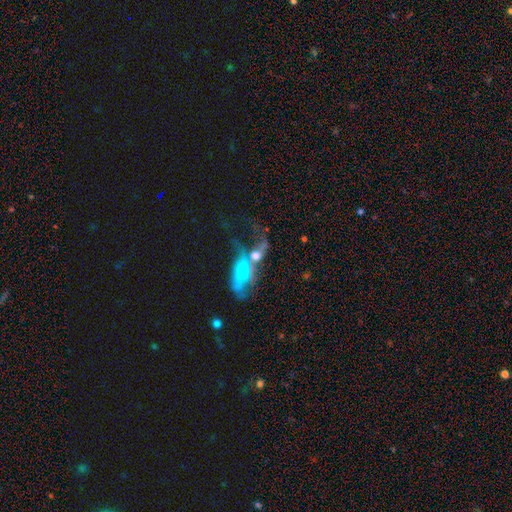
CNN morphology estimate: Smooth or featured? Predicted: featured or disk (p=0.45). Merging? Predicted: merger (p=0.46).